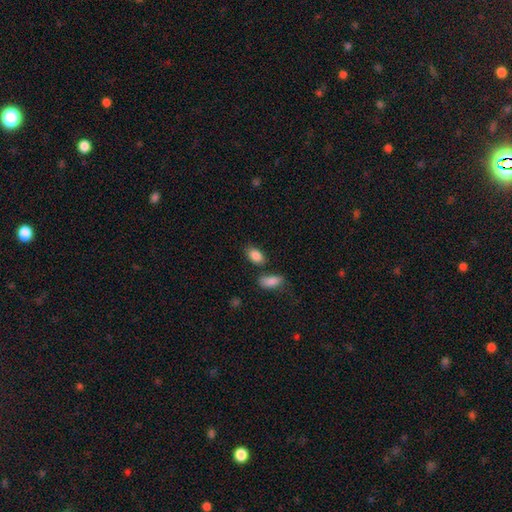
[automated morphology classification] Q: Smooth or featured?
A: smooth (87%); runner-up: star or artifact (7%)
Q: How rounded?
A: in between (90%); runner-up: round (8%)
Q: Merging?
A: none (71%); runner-up: minor disturbance (13%)